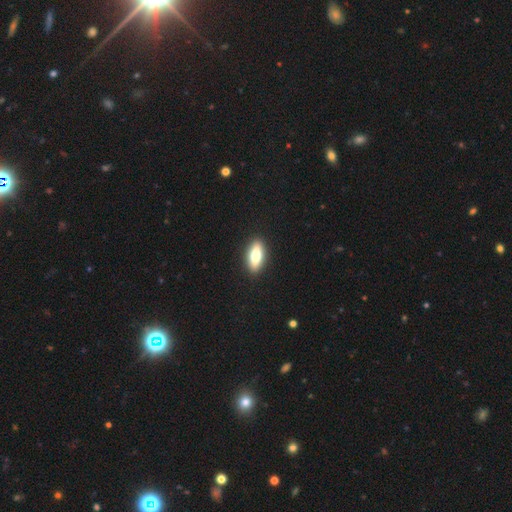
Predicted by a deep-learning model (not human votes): smooth-or-featured: smooth: 63% | featured or disk: 31% | star or artifact: 6%
  how-rounded: in between: 72% | cigar-shaped: 24% | round: 4%
  merging: none: 90% | minor disturbance: 7% | major disturbance: 2% | merger: 1%